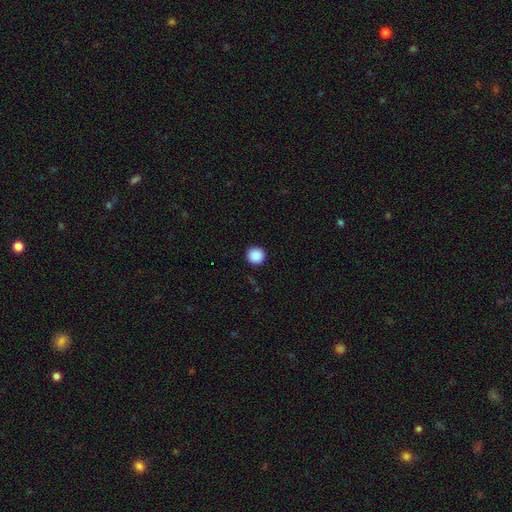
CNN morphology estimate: type=smooth (90%); roundness=round (96%); merging=none (93%).